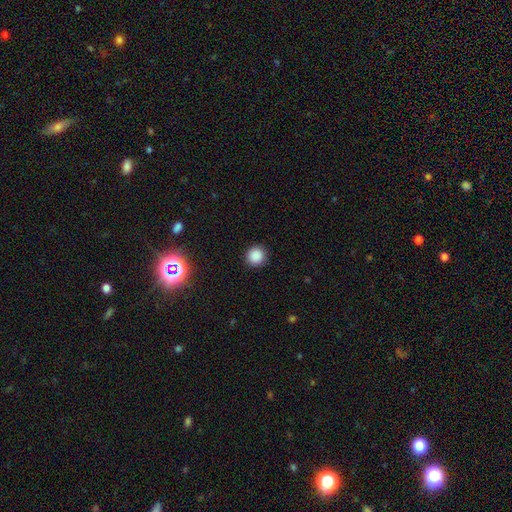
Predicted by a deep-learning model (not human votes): The model was most divided on "smooth or featured": smooth: 87%, star or artifact: 11%, featured or disk: 3%. More confident: how rounded — round (95%); merging — none (92%).